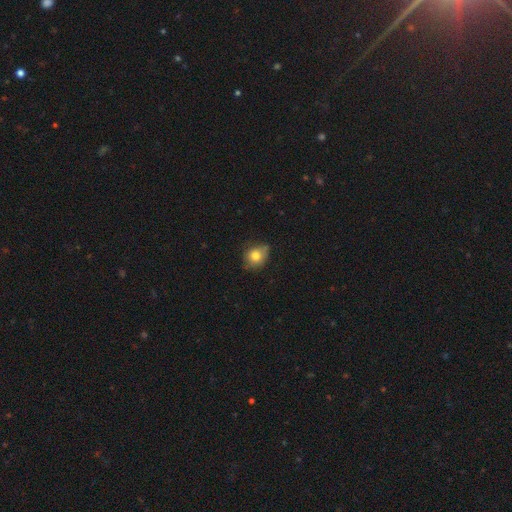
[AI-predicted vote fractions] Overall: smooth (78%). How rounded: round (74%). Merging: none (62%; minor disturbance 30%).